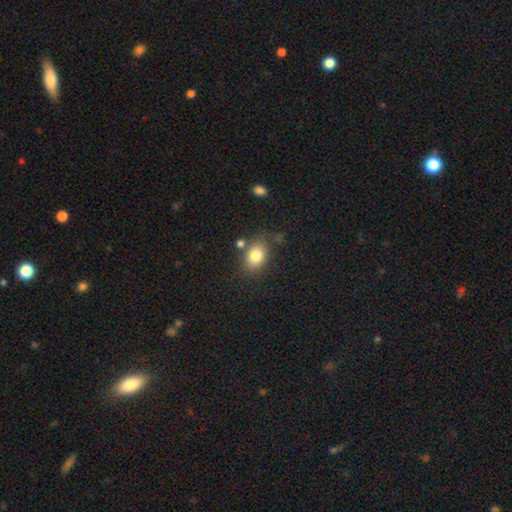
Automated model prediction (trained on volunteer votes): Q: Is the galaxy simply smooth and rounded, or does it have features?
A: smooth — 80%.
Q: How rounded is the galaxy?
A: in between — 69%.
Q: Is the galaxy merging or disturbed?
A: none — 71%.